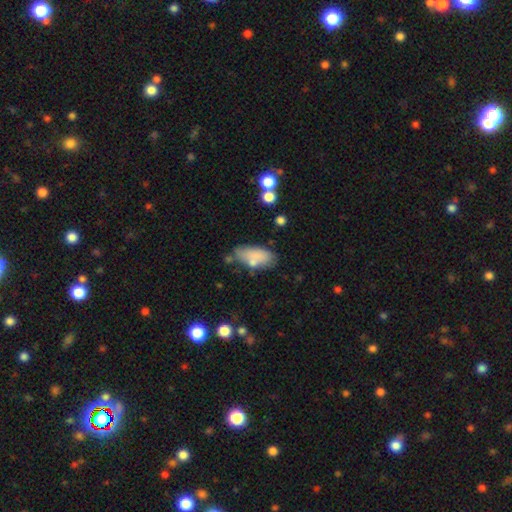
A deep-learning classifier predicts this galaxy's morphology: smooth_or_featured: smooth (p=0.78) [alt: featured or disk p=0.14]
how_rounded: in between (p=0.83) [alt: cigar-shaped p=0.14]
merging: none (p=0.57) [alt: minor disturbance p=0.23]